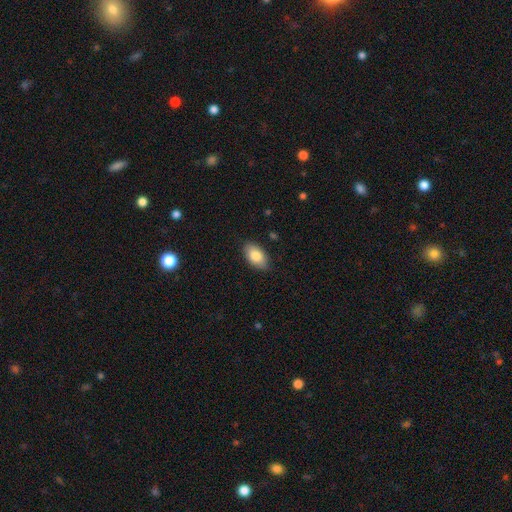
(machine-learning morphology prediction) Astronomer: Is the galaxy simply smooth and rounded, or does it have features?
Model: smooth — 83%.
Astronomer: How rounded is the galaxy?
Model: in between — 93%.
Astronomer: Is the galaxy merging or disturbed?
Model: none — 83%.